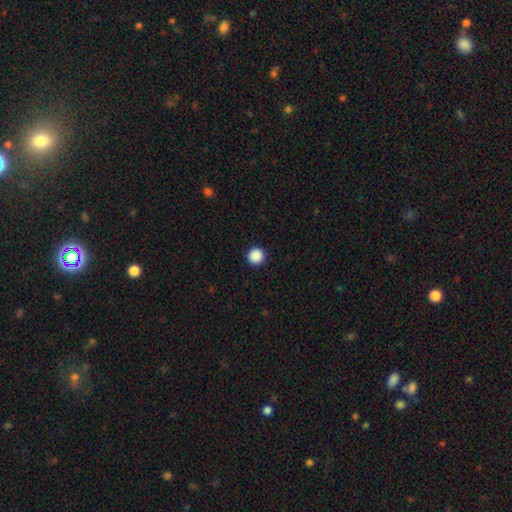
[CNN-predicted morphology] Smooth or featured? Predicted: smooth (p=0.89). How rounded? Predicted: round (p=0.96). Merging? Predicted: none (p=0.93).